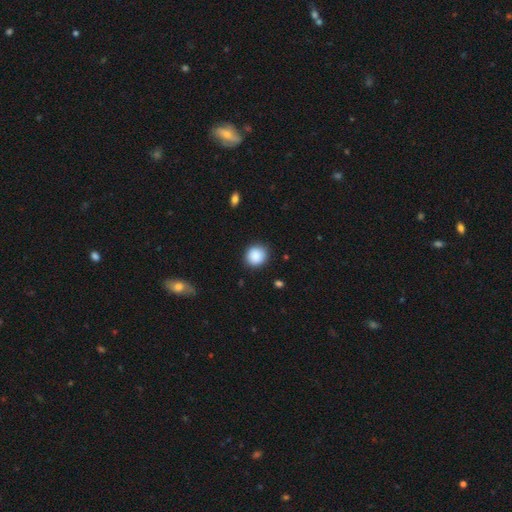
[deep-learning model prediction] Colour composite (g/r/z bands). It shows a smooth galaxy with no disk features (89%) that is round (88%). Merging: none (87%).